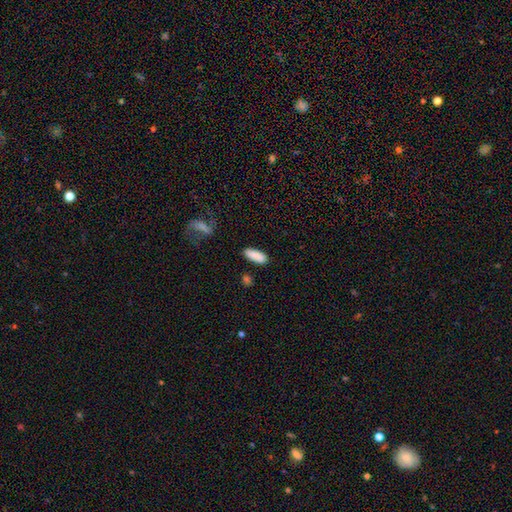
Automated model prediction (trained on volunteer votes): Q: Smooth or featured?
A: smooth (88%); runner-up: star or artifact (6%)
Q: How rounded?
A: in between (66%); runner-up: cigar-shaped (32%)
Q: Merging?
A: none (83%); runner-up: minor disturbance (11%)